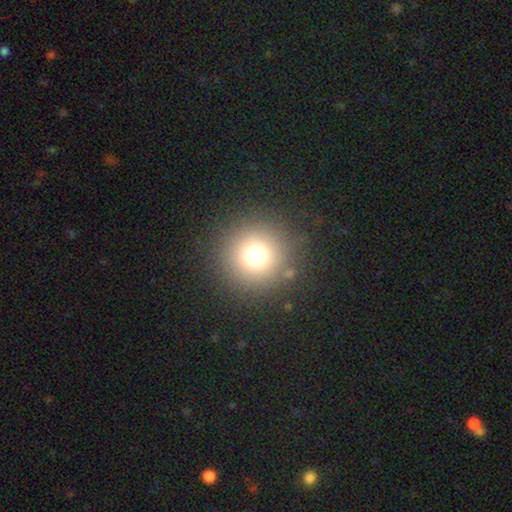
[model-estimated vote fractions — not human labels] This is likely a smooth galaxy (71%). How rounded: clearly round (96%). Merging: clearly none (87%).